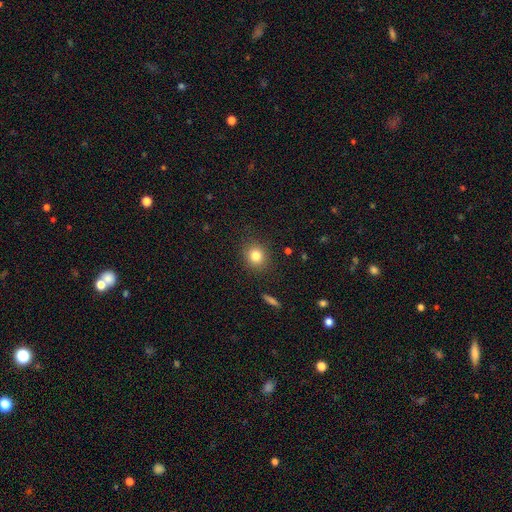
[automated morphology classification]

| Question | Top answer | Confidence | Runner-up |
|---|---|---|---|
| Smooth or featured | smooth | 82% | star or artifact (11%) |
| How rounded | round | 78% | in between (21%) |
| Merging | none | 87% | minor disturbance (9%) |